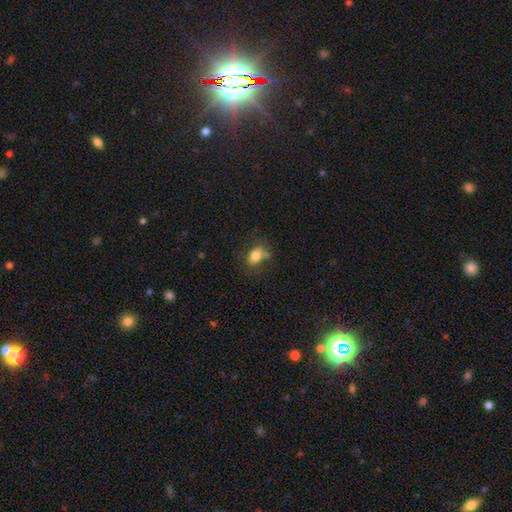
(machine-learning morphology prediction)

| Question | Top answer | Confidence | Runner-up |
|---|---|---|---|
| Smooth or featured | smooth | 79% | featured or disk (10%) |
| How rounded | in between | 66% | round (33%) |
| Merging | none | 60% | minor disturbance (19%) |